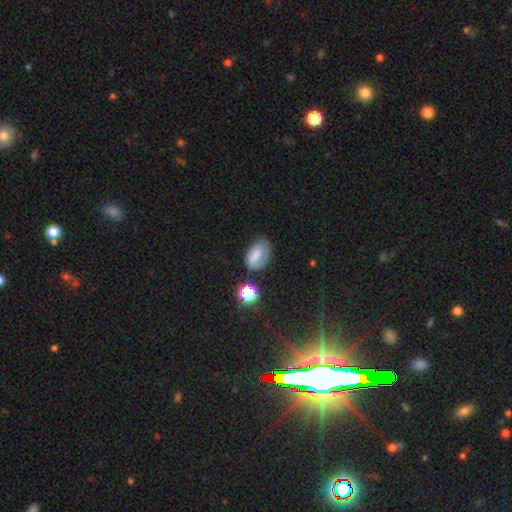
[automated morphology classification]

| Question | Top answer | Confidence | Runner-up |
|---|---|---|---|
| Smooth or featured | smooth | 53% | featured or disk (35%) |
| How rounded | in between | 82% | round (16%) |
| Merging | none | 56% | minor disturbance (27%) |